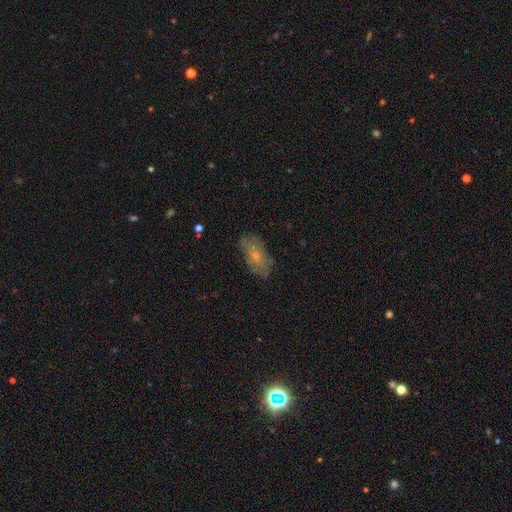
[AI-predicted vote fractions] smooth 60%, featured or disk 31%, star or artifact 8%. Down the decision tree: how rounded — in between (86%); merging — none (71%).